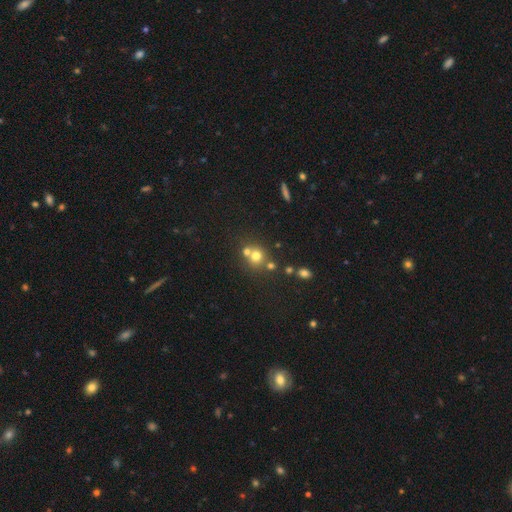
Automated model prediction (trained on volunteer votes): smooth-or-featured: smooth: 68% | star or artifact: 18% | featured or disk: 14%
  how-rounded: round: 86% | in between: 14% | cigar-shaped: 1%
  merging: none: 53% | merger: 36% | minor disturbance: 8% | major disturbance: 3%